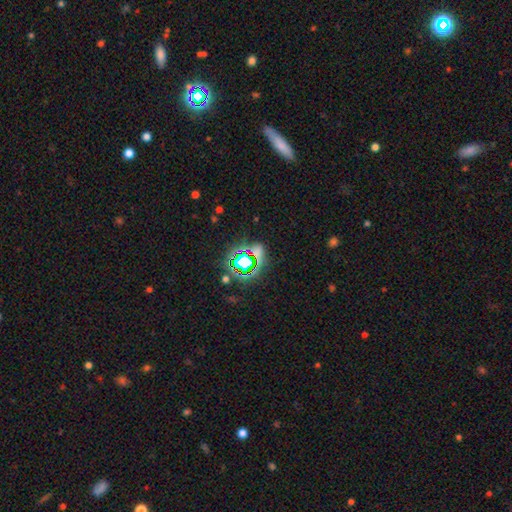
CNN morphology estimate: The model was most divided on "smooth or featured": star or artifact: 66%, smooth: 24%, featured or disk: 10%.